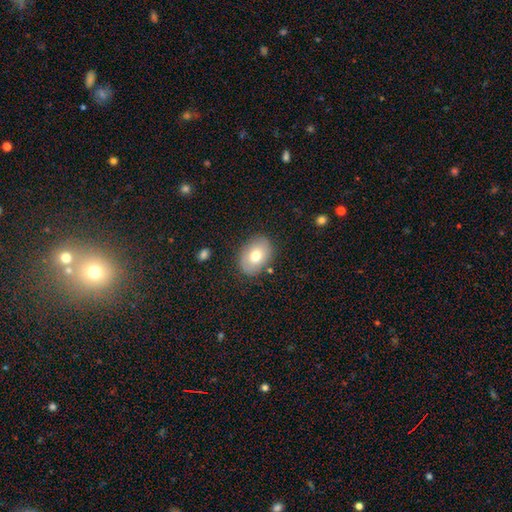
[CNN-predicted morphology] This is likely a smooth galaxy (69%). How rounded: likely in between (74%). Merging: clearly none (82%).